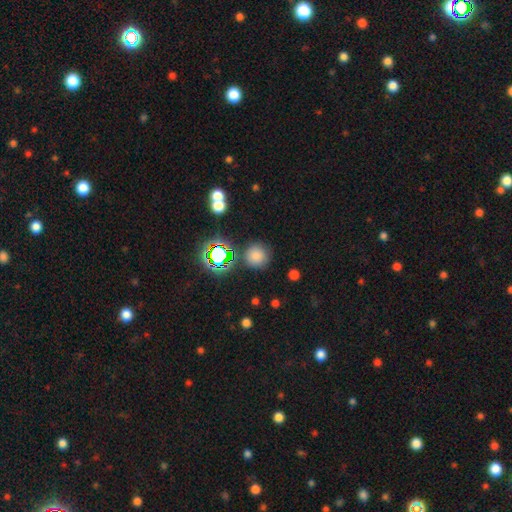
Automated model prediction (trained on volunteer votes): Smooth or featured? Predicted: smooth (p=0.74). How rounded? Predicted: round (p=0.93). Merging? Predicted: none (p=0.81).